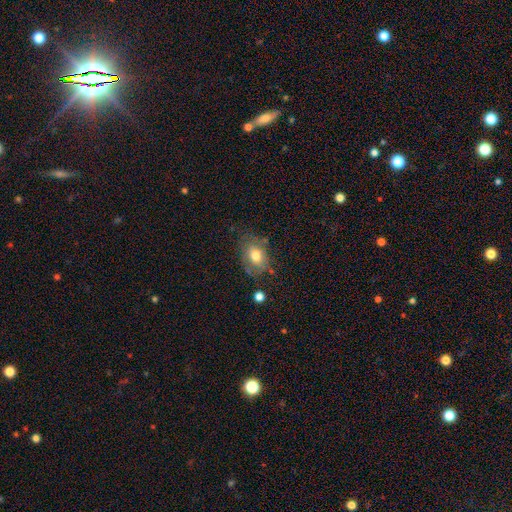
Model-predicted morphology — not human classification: Smooth or featured? smooth (71%)
How rounded? in between (76%)
Merging? none (61%)